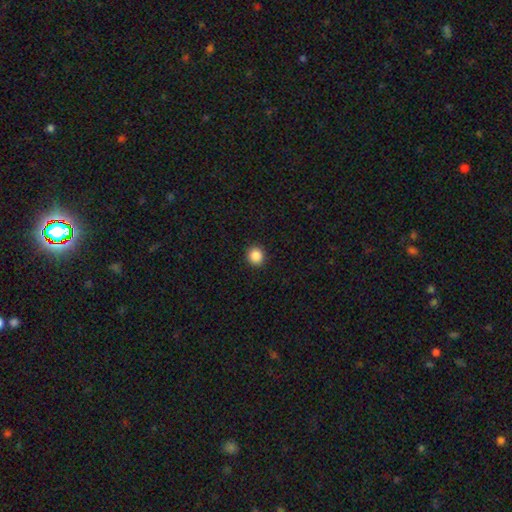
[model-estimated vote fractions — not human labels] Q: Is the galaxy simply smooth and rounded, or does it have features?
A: smooth — 87%.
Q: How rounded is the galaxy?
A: round — 88%.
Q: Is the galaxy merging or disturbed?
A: none — 93%.